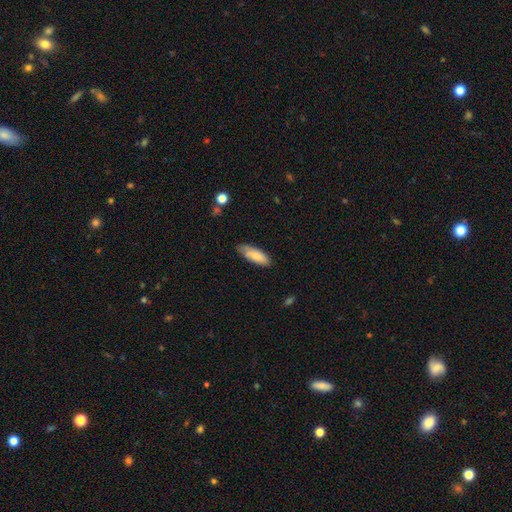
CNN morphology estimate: This is likely a smooth galaxy (77%). How rounded: likely in between (62%). Merging: likely none (69%).